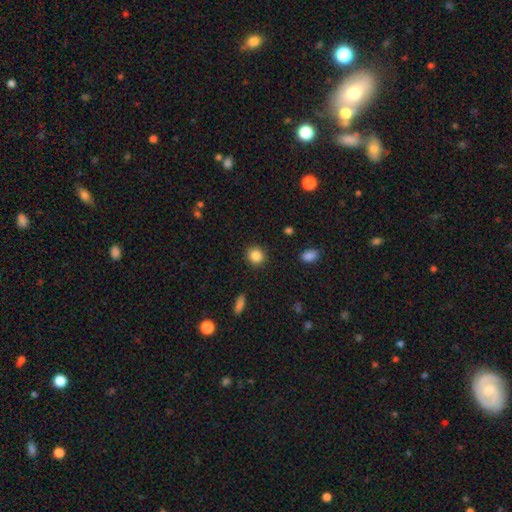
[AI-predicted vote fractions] Smooth or featured?
  - smooth: 86% *
  - star or artifact: 10%
  - featured or disk: 5%
How rounded?
  - round: 87% *
  - in between: 12%
  - cigar-shaped: 1%
Merging?
  - none: 90% *
  - minor disturbance: 6%
  - major disturbance: 2%
  - merger: 1%